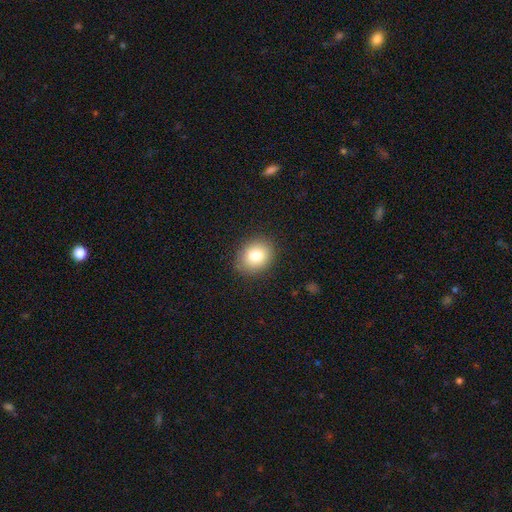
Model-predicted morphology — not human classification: This appears to be a smooth galaxy with no disk features (81%) that is round (51%). Merging: none (87%).